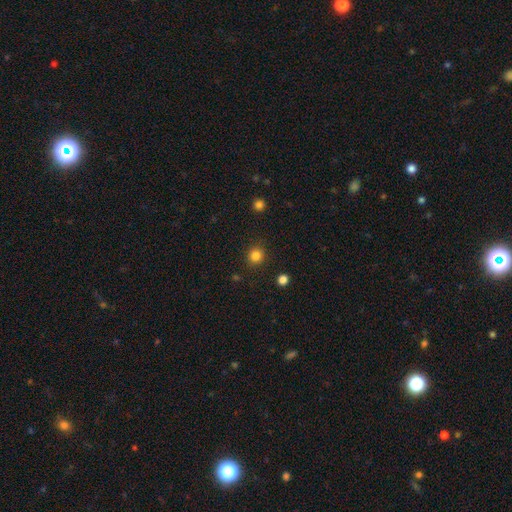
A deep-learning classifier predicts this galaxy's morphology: A smooth galaxy with no disk features (83%) that is round (91%). Merging: none (90%).